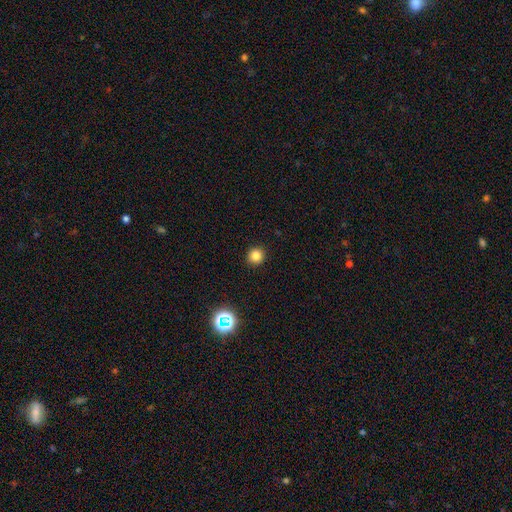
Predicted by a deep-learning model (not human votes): smooth 81%, star or artifact 14%, featured or disk 5%. Down the decision tree: how rounded — round (92%); merging — none (93%).